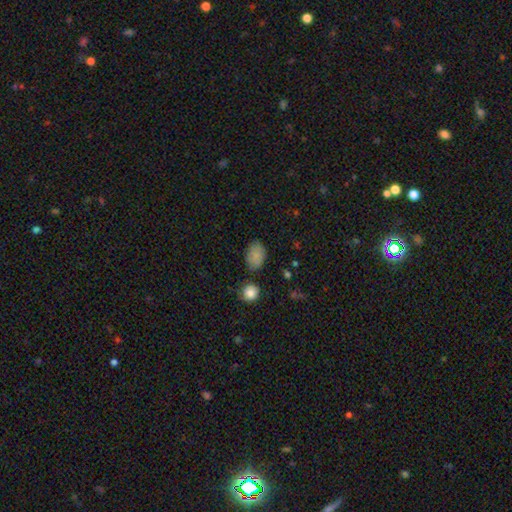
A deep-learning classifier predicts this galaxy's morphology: smooth-or-featured: smooth: 85% | star or artifact: 10% | featured or disk: 6%
  how-rounded: in between: 83% | round: 15% | cigar-shaped: 1%
  merging: none: 76% | minor disturbance: 16% | major disturbance: 4% | merger: 4%